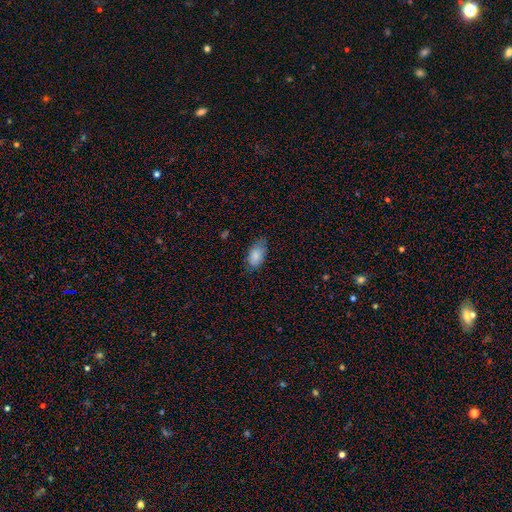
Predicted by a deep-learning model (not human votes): Smooth or featured? smooth (84%)
How rounded? in between (92%)
Merging? none (67%)